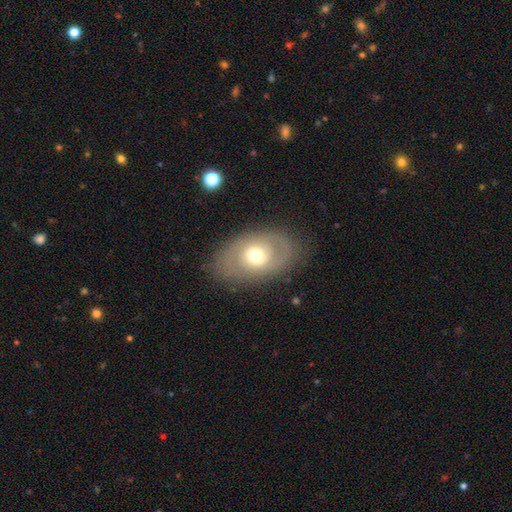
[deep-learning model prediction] A featured or disk galaxy (50%).

Vote fractions:
- Smooth or featured? featured or disk: 50% / smooth: 42% / star or artifact: 8%
- Merging? none: 81% / minor disturbance: 12% / major disturbance: 6% / merger: 1%